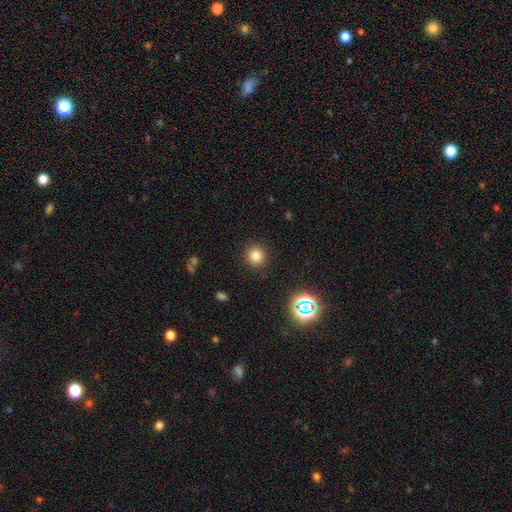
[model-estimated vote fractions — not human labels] Smooth or featured? smooth (80%)
How rounded? round (90%)
Merging? none (90%)